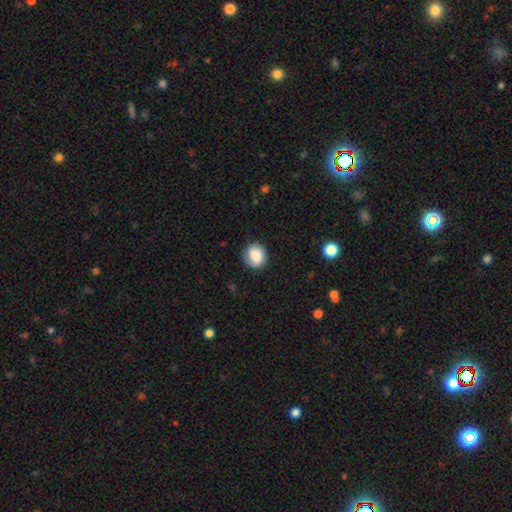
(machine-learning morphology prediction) This is clearly a smooth galaxy (81%). How rounded: likely round (76%). Merging: clearly none (84%).